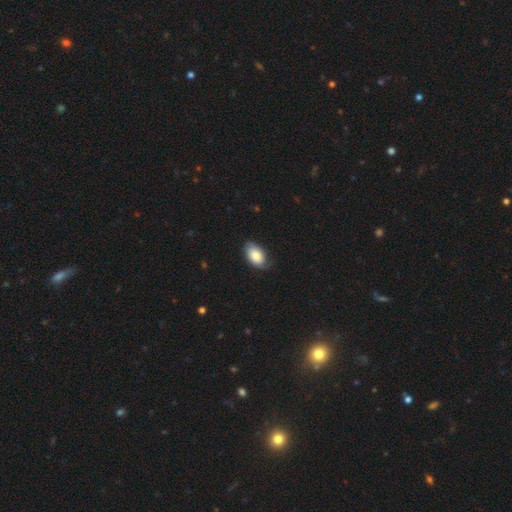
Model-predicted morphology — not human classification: Smooth or featured: smooth — 78% (featured or disk — 15%)
How rounded: in between — 92% (round — 6%)
Merging: none — 69% (minor disturbance — 25%)